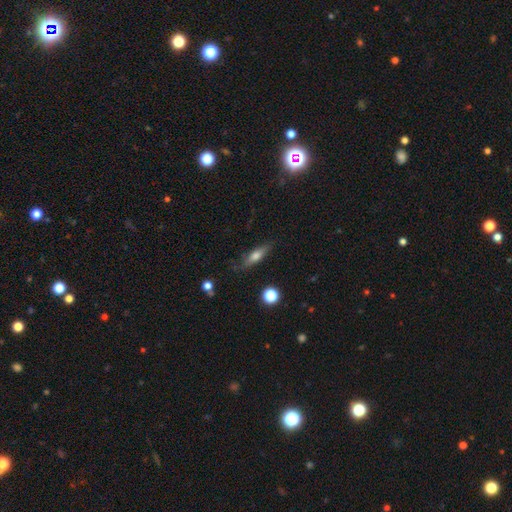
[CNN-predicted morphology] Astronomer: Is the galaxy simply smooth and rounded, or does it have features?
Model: smooth — 55% (runner-up: featured or disk, 37%).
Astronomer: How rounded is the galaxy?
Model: cigar-shaped — 65%.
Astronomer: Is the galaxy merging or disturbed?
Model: none — 80%.